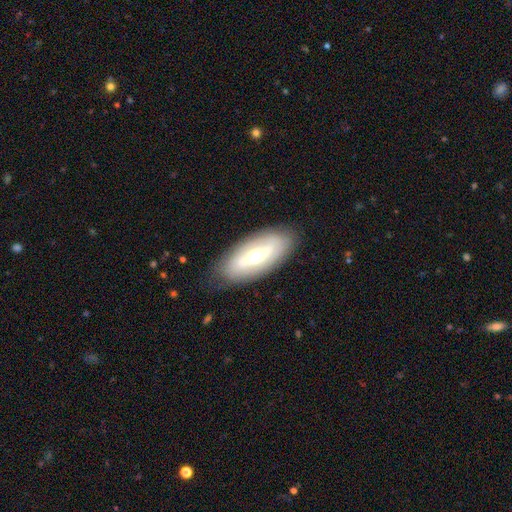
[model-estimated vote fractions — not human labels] A featured or disk galaxy (64%) with a strong bar (44%), no spiral arms (51%) and a moderate central bulge (69%). Merging: none (82%).